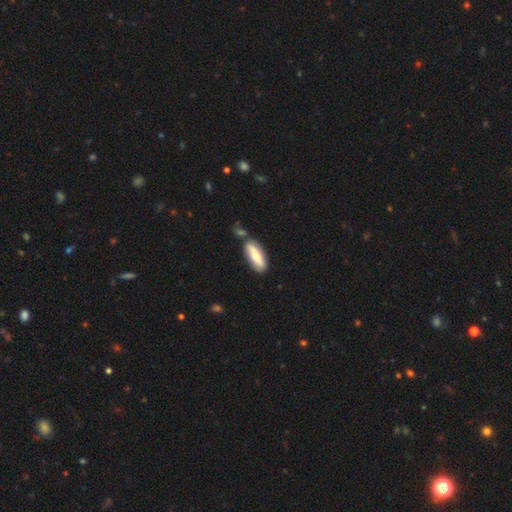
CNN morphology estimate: This appears to be a smooth galaxy with no disk features (67%) that is in between round and cigar-shaped (58%). Merging: none (66%).